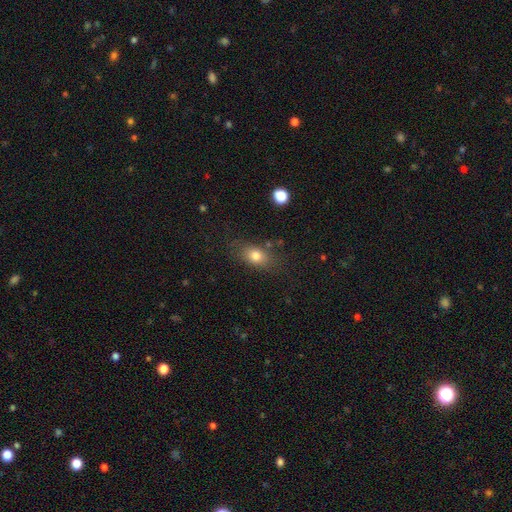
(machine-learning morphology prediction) smooth_or_featured: smooth (p=0.78) [alt: featured or disk p=0.12]
how_rounded: in between (p=0.76) [alt: round p=0.21]
merging: none (p=0.75) [alt: minor disturbance p=0.16]